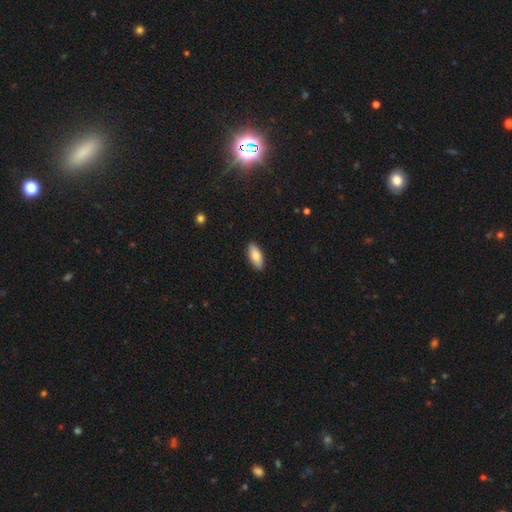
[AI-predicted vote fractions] A smooth galaxy with no disk features (81%) that is in between round and cigar-shaped (85%). Merging: none (90%).